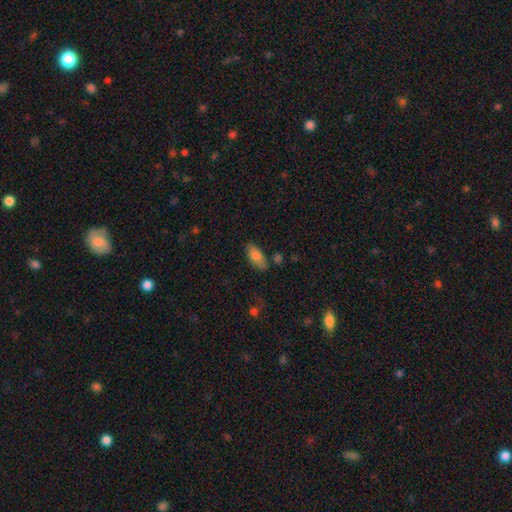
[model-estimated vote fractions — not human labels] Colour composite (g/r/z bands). It shows a smooth galaxy with no disk features (79%) that is in between round and cigar-shaped (86%). Merging: none (76%).